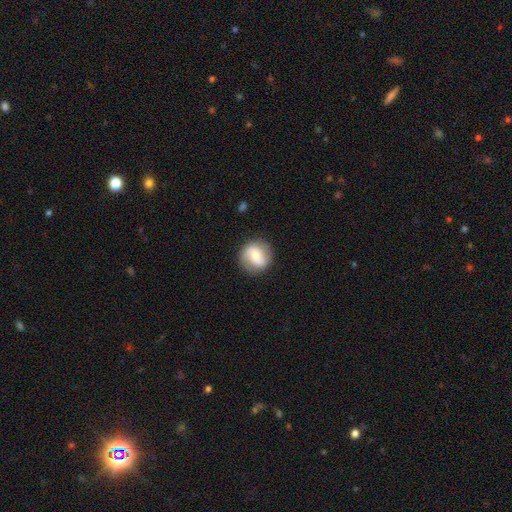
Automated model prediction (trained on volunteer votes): This is possibly a smooth galaxy (48%). Merging: clearly none (84%).